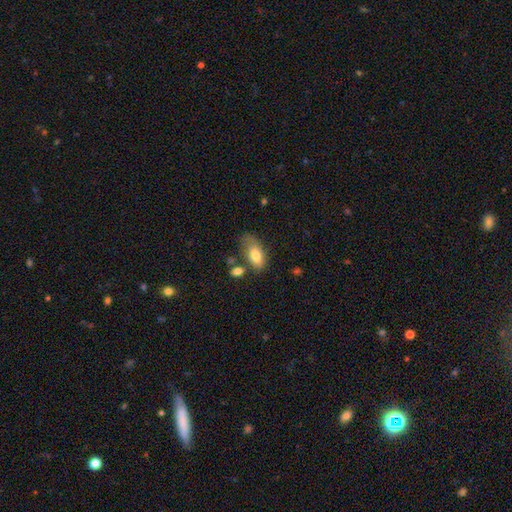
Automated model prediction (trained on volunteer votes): smooth 77%, featured or disk 15%, star or artifact 7%. Down the decision tree: how rounded — in between (90%); merging — none (42%).